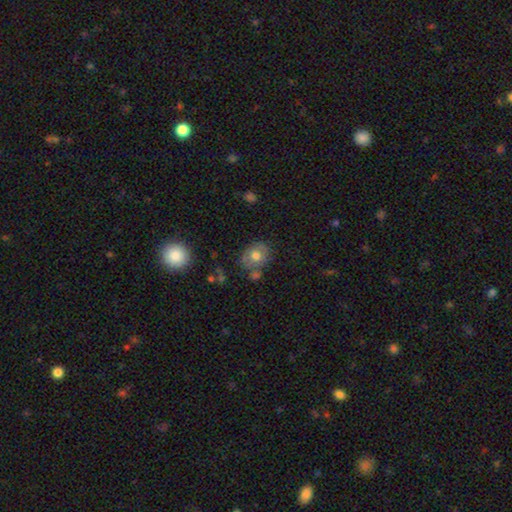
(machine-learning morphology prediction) smooth-or-featured: smooth: 66% | featured or disk: 24% | star or artifact: 9%
  how-rounded: round: 51% | in between: 48% | cigar-shaped: 1%
  merging: none: 62% | minor disturbance: 20% | merger: 12% | major disturbance: 6%